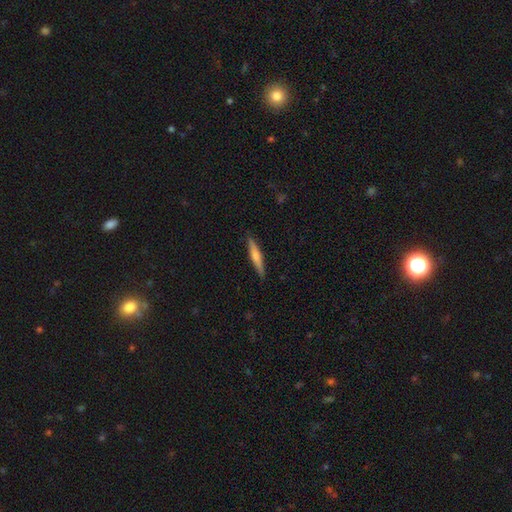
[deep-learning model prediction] This is possibly a smooth galaxy (55%). How rounded: clearly cigar-shaped (91%). Merging: clearly none (90%).